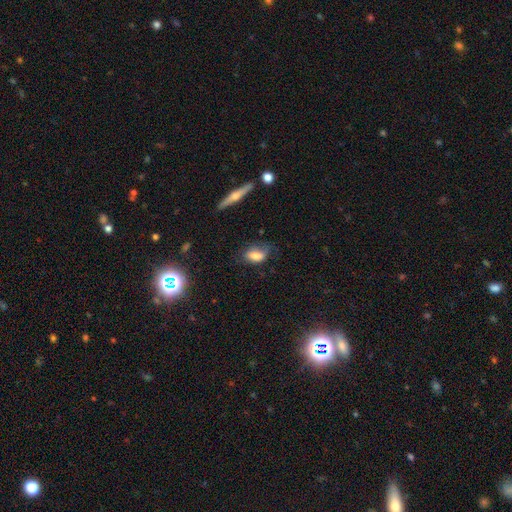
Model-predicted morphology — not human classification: type=smooth (73%); roundness=in between (86%); merging=none (52%).